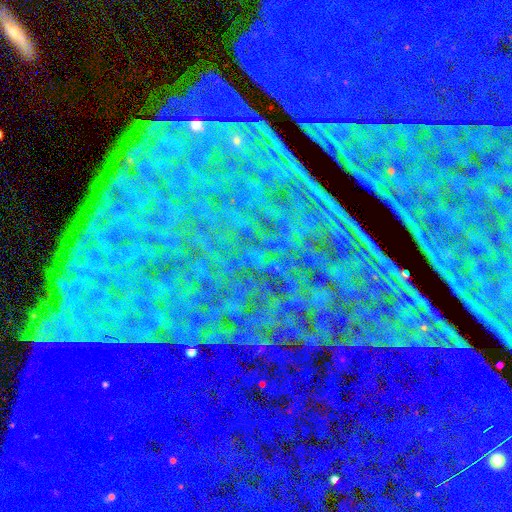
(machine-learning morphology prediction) Smooth or featured: star or artifact — 88% (featured or disk — 7%)